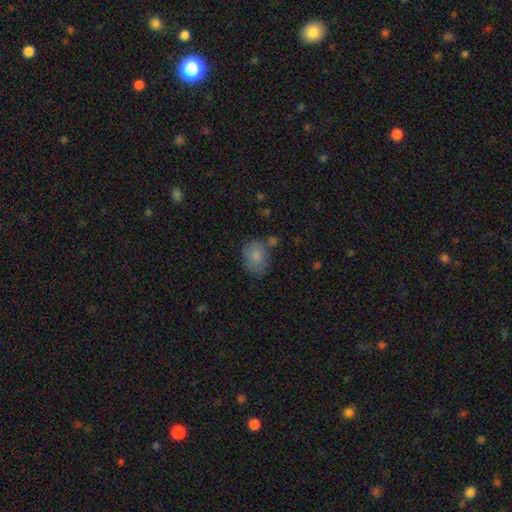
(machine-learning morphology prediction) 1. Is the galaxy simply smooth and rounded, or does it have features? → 81% smooth, 11% featured or disk, 8% star or artifact.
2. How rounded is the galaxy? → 56% in between, 43% round, 1% cigar-shaped.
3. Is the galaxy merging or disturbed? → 63% none, 21% minor disturbance, 9% merger, 7% major disturbance.